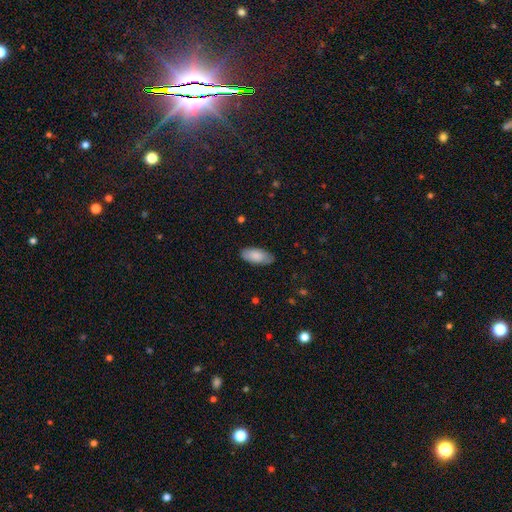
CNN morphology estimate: Overall: smooth (84%). How rounded: in between (90%). Merging: none (82%).